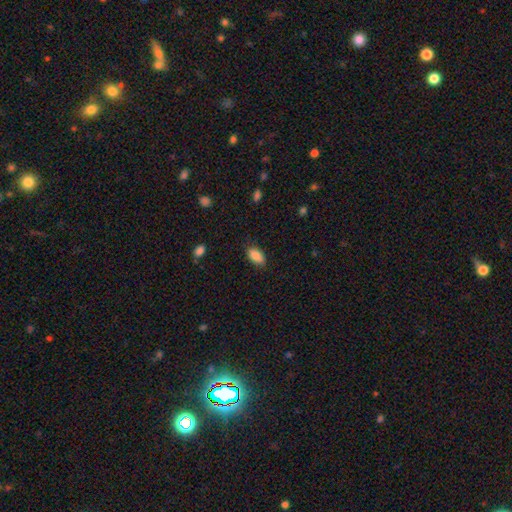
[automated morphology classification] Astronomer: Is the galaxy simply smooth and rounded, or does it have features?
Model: smooth — 87%.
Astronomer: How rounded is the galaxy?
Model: in between — 92%.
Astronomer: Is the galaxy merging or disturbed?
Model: none — 84%.